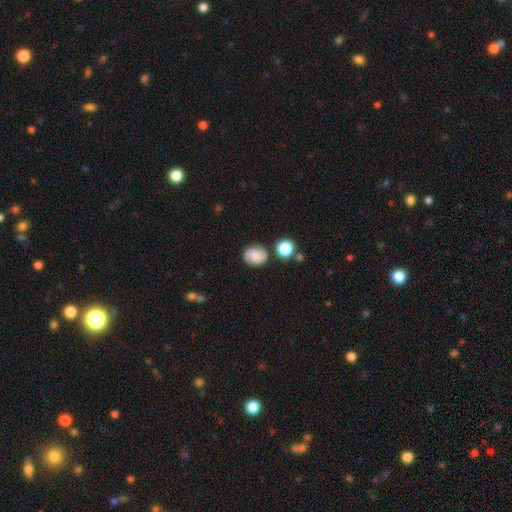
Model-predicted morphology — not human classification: This is possibly a featured or disk galaxy (50%). Merging: likely none (72%).